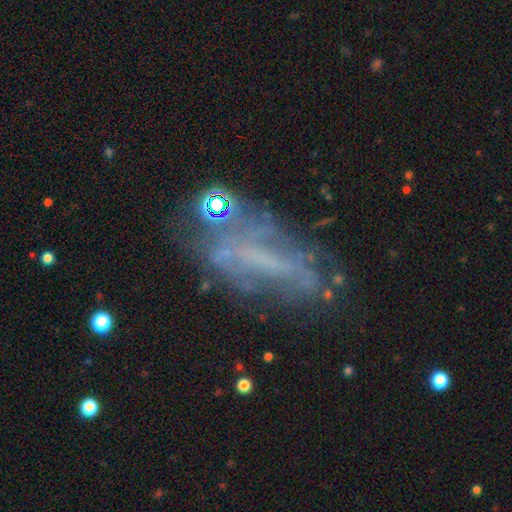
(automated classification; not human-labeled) A featured or disk galaxy (61%) with no bar (54%), no spiral arms (66%) and no central bulge (66%).

Vote fractions:
- Smooth or featured? featured or disk: 61% / smooth: 24% / star or artifact: 15%
- Edge-on disk? no: 87% / yes: 13%
- Bar? no: 54% / weak: 27% / strong: 19%
- Spiral arms? no: 66% / yes: 34%
- Bulge size? none: 66% / small: 19% / moderate: 11% / large: 3% / dominant: 1%
- Merging? none: 48% / major disturbance: 23% / minor disturbance: 23% / merger: 7%